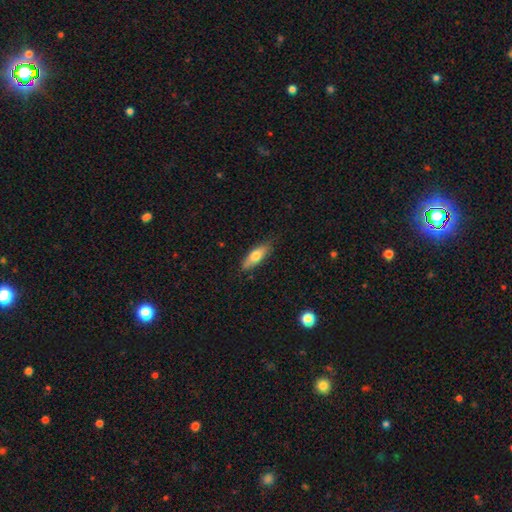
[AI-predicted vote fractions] Overall: smooth (71%). How rounded: in between (64%; cigar-shaped 34%). Merging: none (80%).